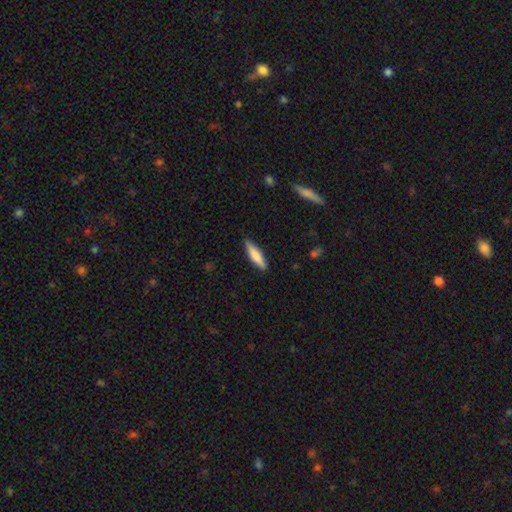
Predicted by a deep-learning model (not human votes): Morphology: type=smooth (77%); roundness=cigar-shaped (71%); merging=none (88%).